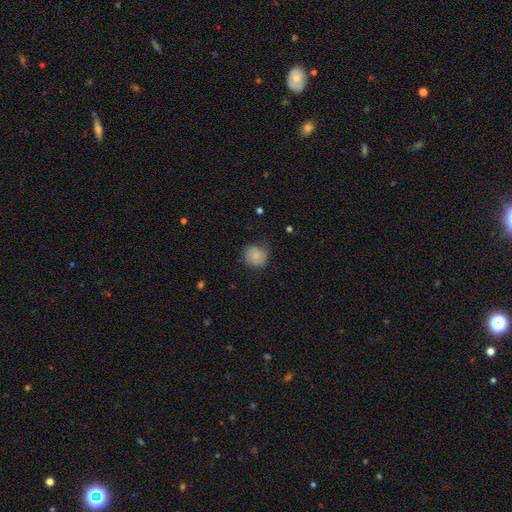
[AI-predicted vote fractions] smooth_or_featured: smooth (p=0.76) [alt: featured or disk p=0.16]
how_rounded: round (p=0.84) [alt: in between p=0.15]
merging: none (p=0.66) [alt: minor disturbance p=0.26]